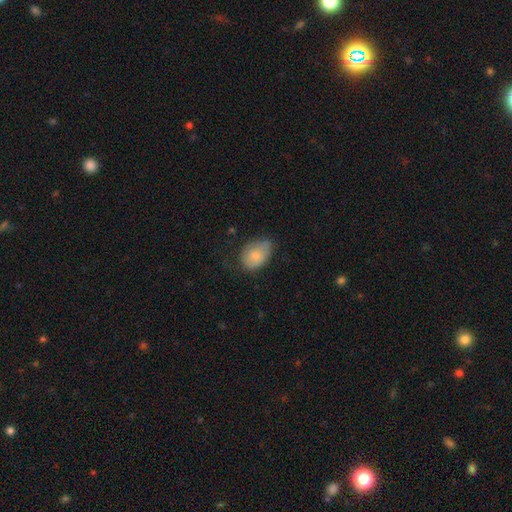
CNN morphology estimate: This is likely a smooth galaxy (76%). How rounded: likely in between (78%). Merging: possibly none (50%).